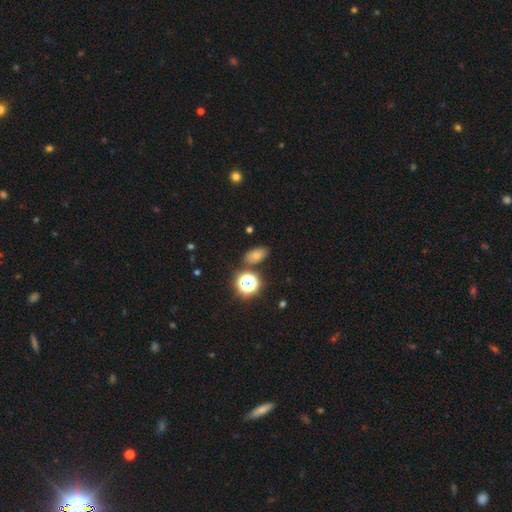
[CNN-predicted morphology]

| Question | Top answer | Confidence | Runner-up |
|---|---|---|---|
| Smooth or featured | smooth | 67% | star or artifact (23%) |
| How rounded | in between | 82% | round (16%) |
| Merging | none | 79% | minor disturbance (12%) |